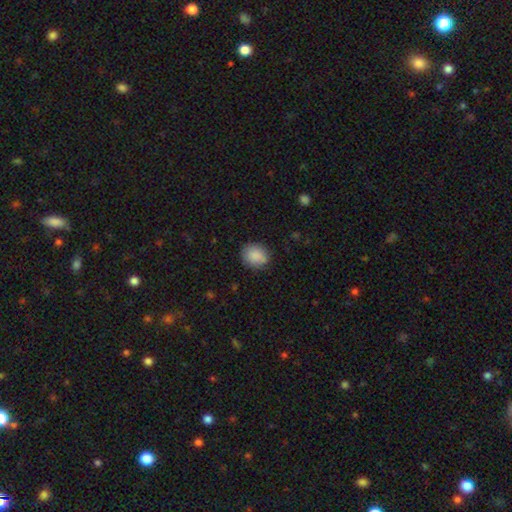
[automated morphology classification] This appears to be a smooth galaxy with no disk features (87%) that is round (67%). Merging: none (82%).